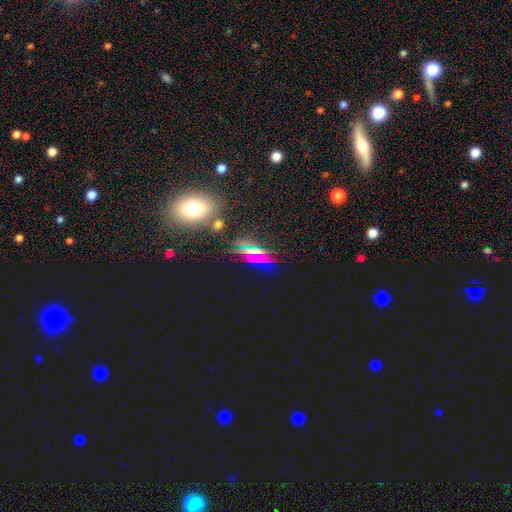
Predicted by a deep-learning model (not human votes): Smooth or featured? star or artifact (61%)